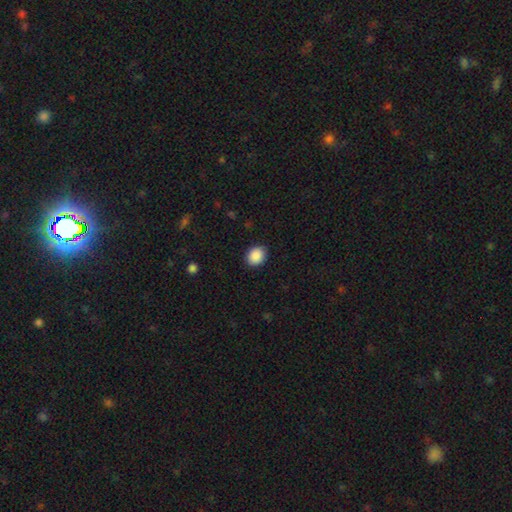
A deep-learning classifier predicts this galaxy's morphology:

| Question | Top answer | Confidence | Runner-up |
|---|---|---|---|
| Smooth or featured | smooth | 89% | star or artifact (8%) |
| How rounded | round | 54% | in between (45%) |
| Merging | none | 89% | minor disturbance (8%) |